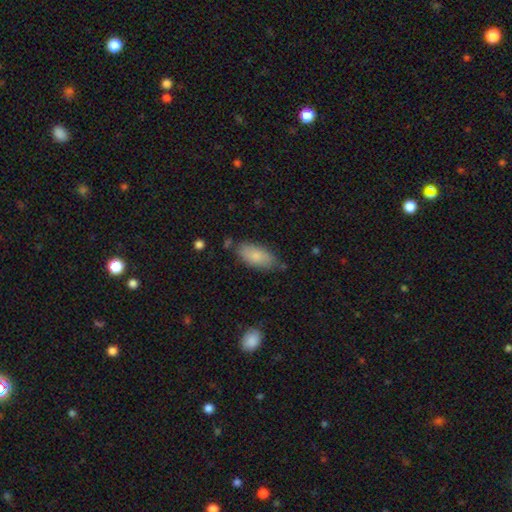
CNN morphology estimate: Smooth or featured? Predicted: smooth (p=0.82). How rounded? Predicted: in between (p=0.88). Merging? Predicted: none (p=0.68).